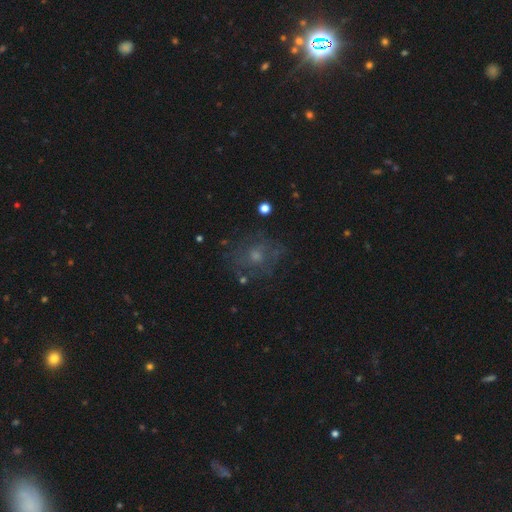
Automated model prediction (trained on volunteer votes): This is marginally a featured or disk galaxy (44%). Merging: likely none (67%).